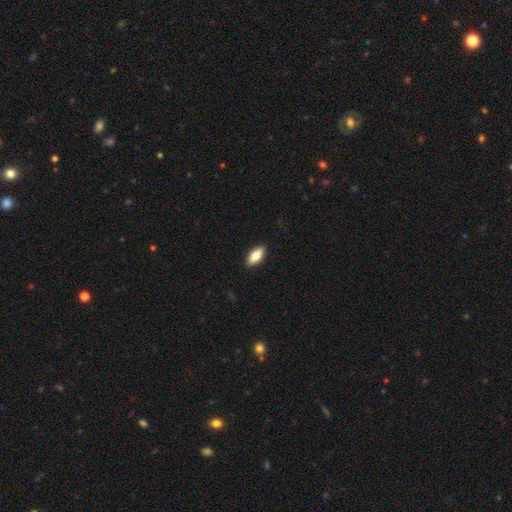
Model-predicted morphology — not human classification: type=smooth (75%); roundness=in between (78%); merging=none (89%).